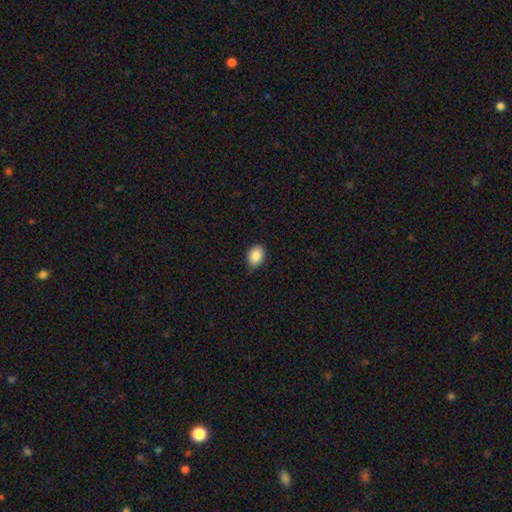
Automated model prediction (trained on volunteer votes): A smooth galaxy with no disk features (88%) that is in between round and cigar-shaped (75%).

Vote fractions:
- Smooth or featured? smooth: 88% / star or artifact: 8% / featured or disk: 4%
- How rounded? in between: 75% / round: 24% / cigar-shaped: 1%
- Merging? none: 79% / minor disturbance: 17% / major disturbance: 2% / merger: 1%